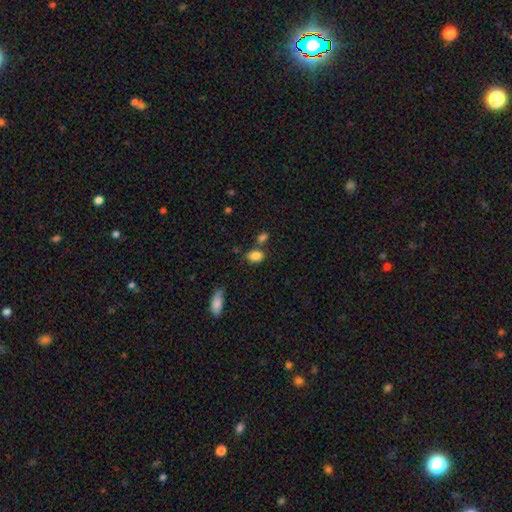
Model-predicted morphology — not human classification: Overall: smooth (84%). How rounded: in between (73%). Merging: none (66%).